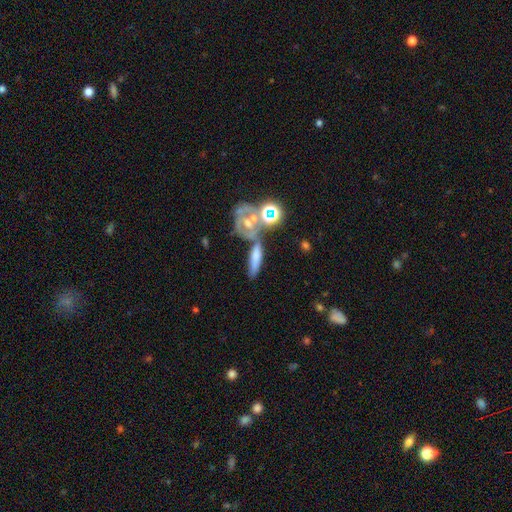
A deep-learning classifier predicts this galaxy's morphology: featured or disk 41%, star or artifact 30%, smooth 29%. Down the decision tree: merging — none (40%).